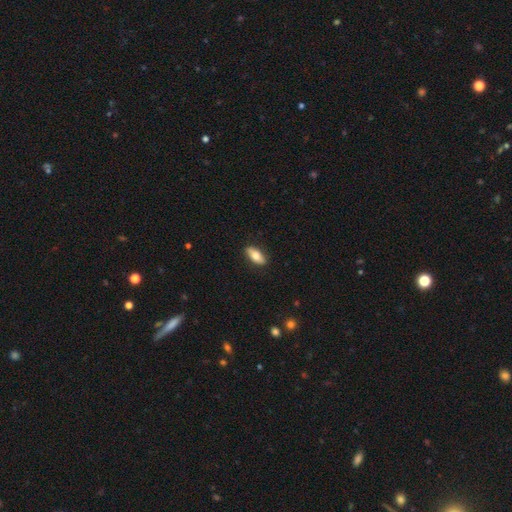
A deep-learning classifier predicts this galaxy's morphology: Smooth or featured? Predicted: smooth (p=0.72). How rounded? Predicted: in between (p=0.80). Merging? Predicted: none (p=0.88).